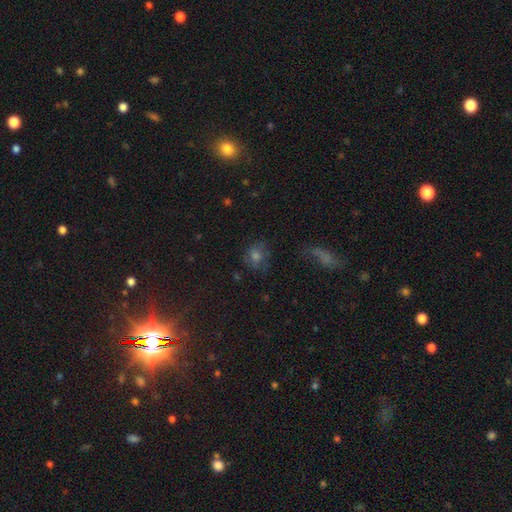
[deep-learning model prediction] Morphology: type=smooth (54%); roundness=round (70%); merging=none (68%).